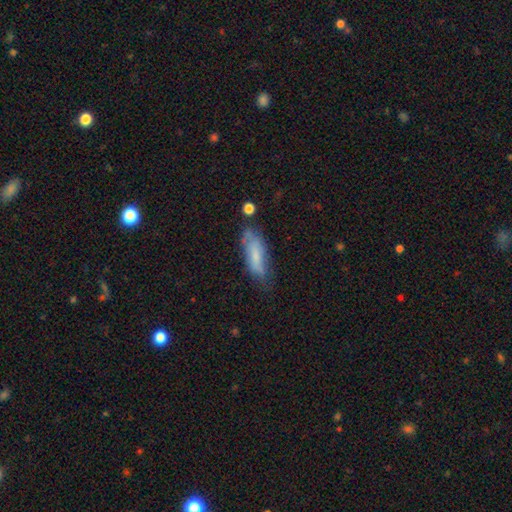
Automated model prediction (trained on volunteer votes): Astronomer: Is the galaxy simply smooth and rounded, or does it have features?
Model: smooth — 63%.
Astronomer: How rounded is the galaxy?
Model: in between — 59% (runner-up: cigar-shaped, 39%).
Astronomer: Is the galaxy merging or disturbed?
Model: none — 53% (runner-up: minor disturbance, 30%).